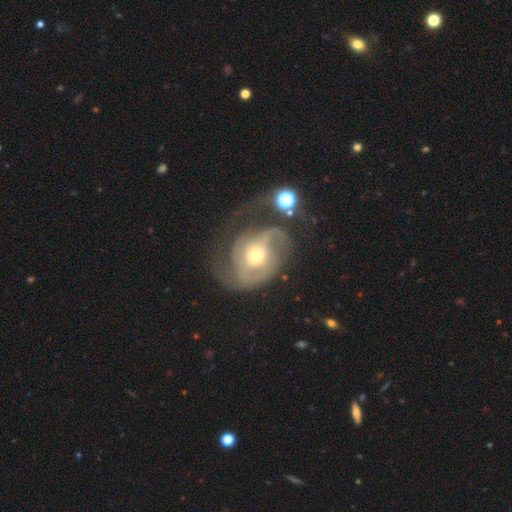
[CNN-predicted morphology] This is clearly a featured or disk galaxy (81%). It is clearly not viewed edge-on (97%). Bar: likely no (67%). Spiral arm pattern: clearly yes (89%). Spiral arm count: possibly 2 (47%). Spiral winding: marginally tight (41%). Central bulge: possibly moderate (49%). Merging: marginally major disturbance (37%).